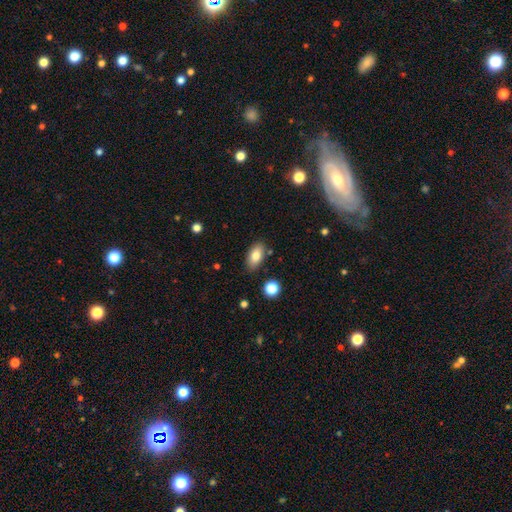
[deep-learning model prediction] Overall: smooth (79%). How rounded: in between (90%). Merging: none (83%).